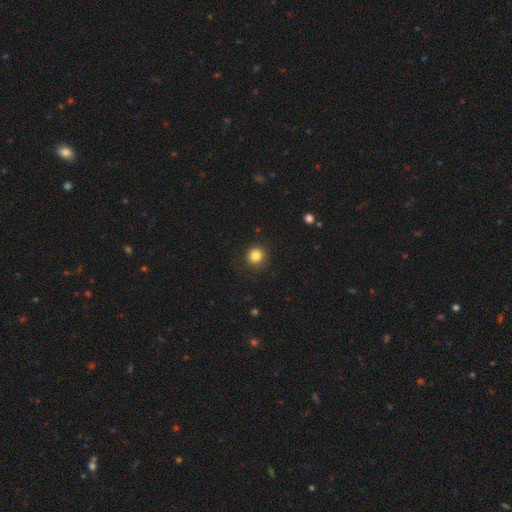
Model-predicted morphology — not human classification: Q: Smooth or featured?
A: smooth (84%); runner-up: star or artifact (11%)
Q: How rounded?
A: round (93%); runner-up: in between (6%)
Q: Merging?
A: none (90%); runner-up: minor disturbance (7%)